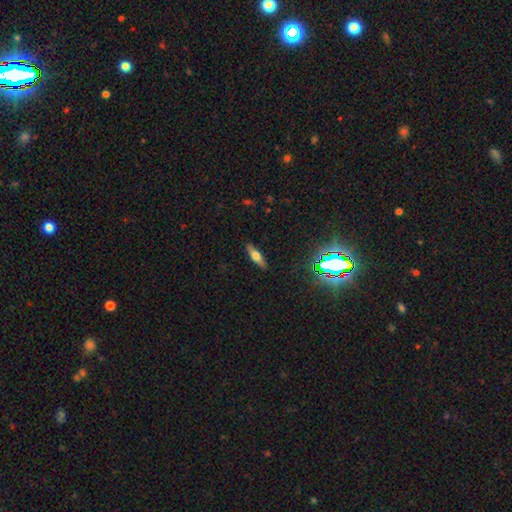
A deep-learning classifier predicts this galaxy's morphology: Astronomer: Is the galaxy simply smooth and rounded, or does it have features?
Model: smooth — 49% (runner-up: featured or disk, 39%).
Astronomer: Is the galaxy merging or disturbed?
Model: none — 88%.